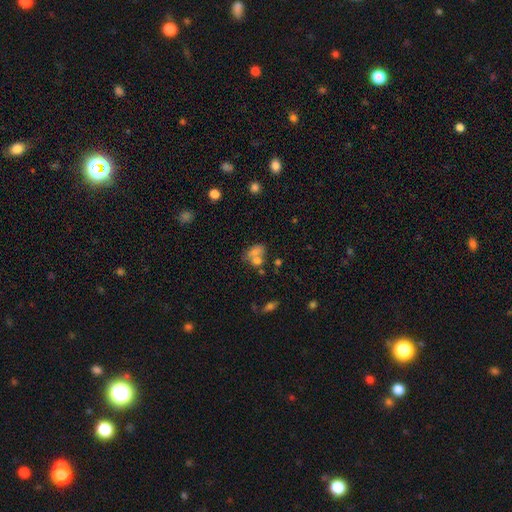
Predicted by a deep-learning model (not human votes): smooth-or-featured: smooth: 69% | featured or disk: 18% | star or artifact: 13%
  how-rounded: in between: 73% | round: 24% | cigar-shaped: 3%
  merging: merger: 50% | none: 31% | minor disturbance: 12% | major disturbance: 7%